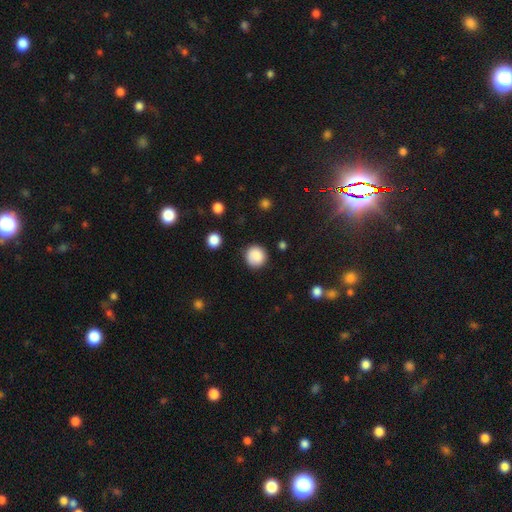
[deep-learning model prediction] Smooth or featured: smooth — 87% (star or artifact — 9%)
How rounded: round — 94% (in between — 5%)
Merging: none — 87% (minor disturbance — 9%)